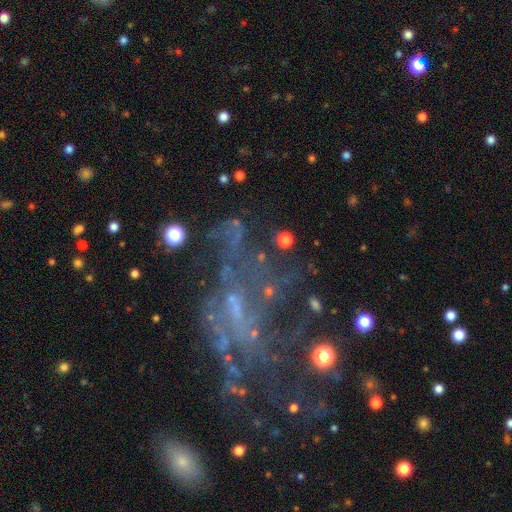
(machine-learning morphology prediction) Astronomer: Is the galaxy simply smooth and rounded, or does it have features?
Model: featured or disk — 57%.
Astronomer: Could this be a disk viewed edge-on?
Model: no — 93%.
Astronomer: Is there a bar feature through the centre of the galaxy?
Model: no — 68%.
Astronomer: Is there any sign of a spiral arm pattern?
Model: no — 63%.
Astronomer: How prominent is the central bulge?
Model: none — 54% (runner-up: small, 33%).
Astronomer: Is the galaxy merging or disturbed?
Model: none — 39% (runner-up: major disturbance, 36%).